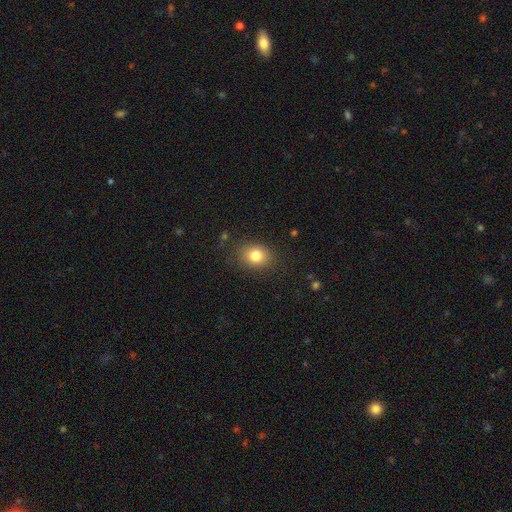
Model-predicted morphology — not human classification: smooth-or-featured: smooth: 81% | star or artifact: 11% | featured or disk: 9%
  how-rounded: round: 51% | in between: 48% | cigar-shaped: 1%
  merging: none: 84% | minor disturbance: 11% | major disturbance: 4% | merger: 1%